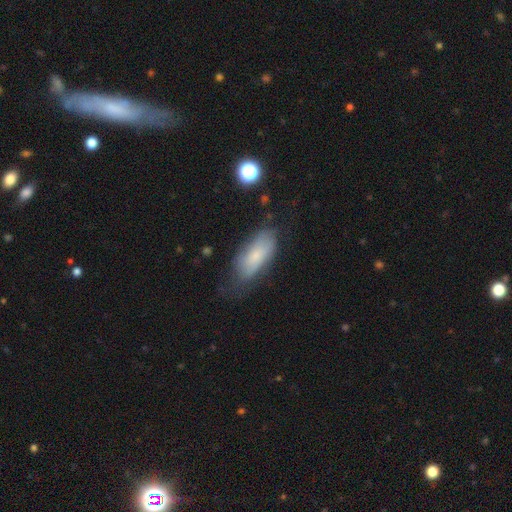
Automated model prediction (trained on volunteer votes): smooth-or-featured: smooth: 66% | featured or disk: 26% | star or artifact: 8%
  how-rounded: in between: 82% | cigar-shaped: 15% | round: 2%
  merging: none: 58% | minor disturbance: 29% | major disturbance: 11% | merger: 2%